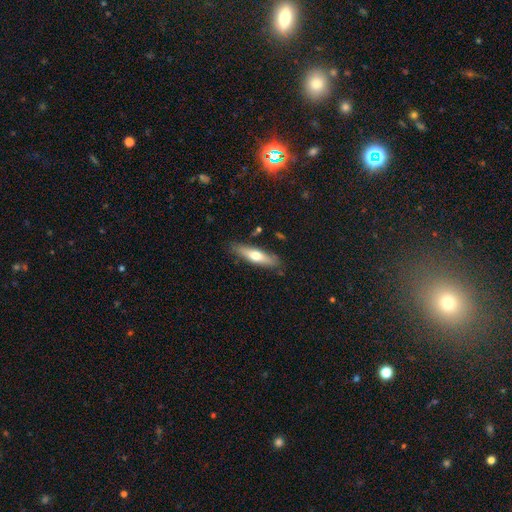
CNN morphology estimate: smooth-or-featured: smooth: 56% | featured or disk: 38% | star or artifact: 6%
  how-rounded: cigar-shaped: 70% | in between: 28% | round: 2%
  merging: none: 82% | minor disturbance: 13% | major disturbance: 3% | merger: 2%